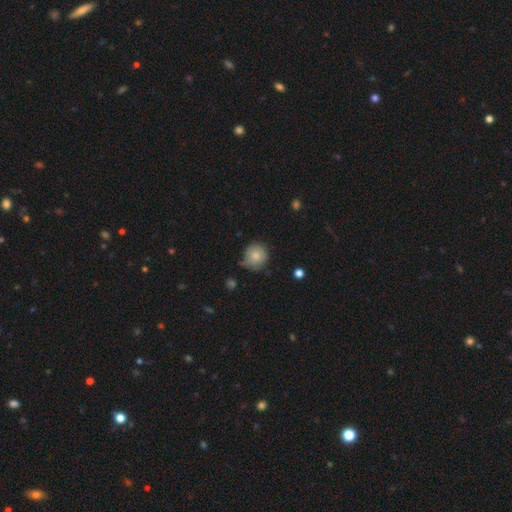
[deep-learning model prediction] smooth-or-featured: smooth: 80% | featured or disk: 12% | star or artifact: 8%
  how-rounded: round: 92% | in between: 8% | cigar-shaped: 1%
  merging: none: 64% | minor disturbance: 27% | major disturbance: 6% | merger: 3%